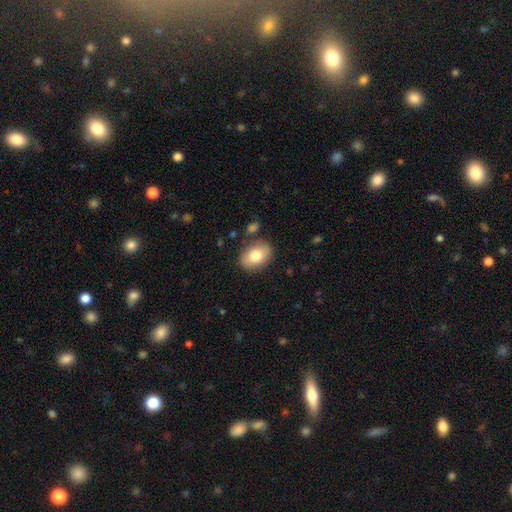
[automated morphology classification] Smooth or featured?
  - smooth: 78% *
  - featured or disk: 15%
  - star or artifact: 7%
How rounded?
  - in between: 76% *
  - round: 23%
  - cigar-shaped: 1%
Merging?
  - none: 82% *
  - minor disturbance: 12%
  - merger: 3%
  - major disturbance: 3%